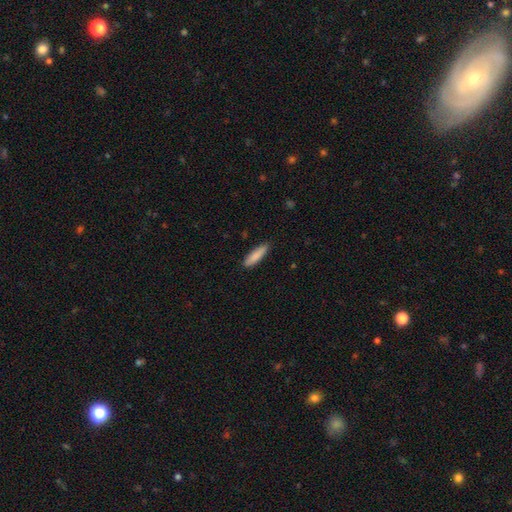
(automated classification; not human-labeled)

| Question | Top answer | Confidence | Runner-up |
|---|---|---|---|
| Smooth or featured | smooth | 86% | featured or disk (9%) |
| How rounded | cigar-shaped | 73% | in between (26%) |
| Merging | none | 87% | minor disturbance (10%) |